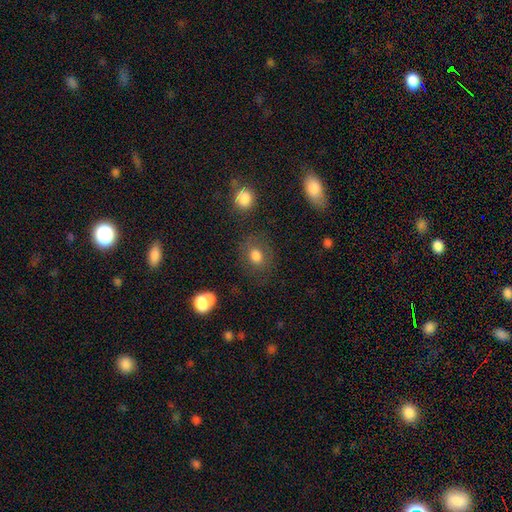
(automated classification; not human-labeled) Smooth or featured: smooth — 77% (star or artifact — 12%)
How rounded: round — 59% (in between — 40%)
Merging: none — 73% (minor disturbance — 15%)